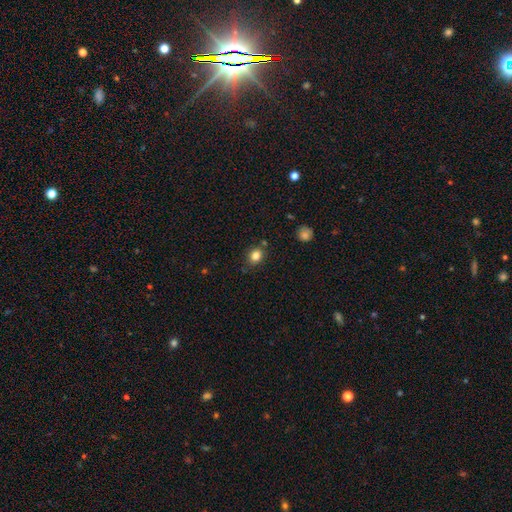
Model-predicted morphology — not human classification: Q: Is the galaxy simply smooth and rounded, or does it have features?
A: smooth — 83%.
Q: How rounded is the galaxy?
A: round — 60%.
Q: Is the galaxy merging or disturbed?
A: none — 78%.